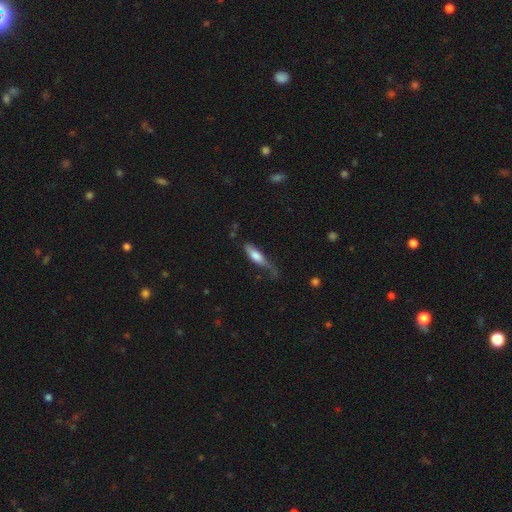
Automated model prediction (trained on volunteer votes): Overall: smooth (64%; featured or disk 29%). How rounded: cigar-shaped (52%; in between 46%). Merging: none (34%, tied with minor disturbance).